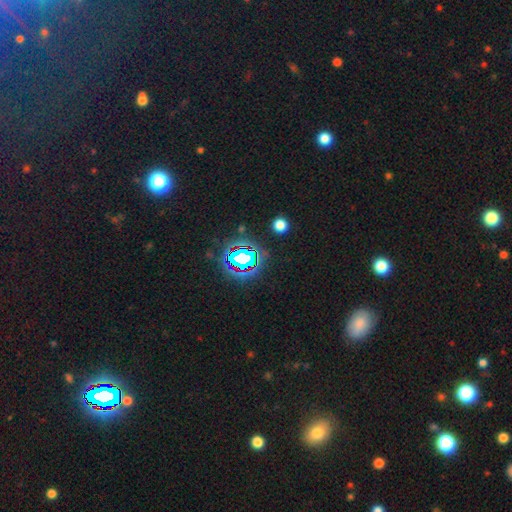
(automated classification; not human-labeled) A star or artifact, not a galaxy (78%).

Vote fractions:
- Smooth or featured? star or artifact: 78% / smooth: 14% / featured or disk: 8%